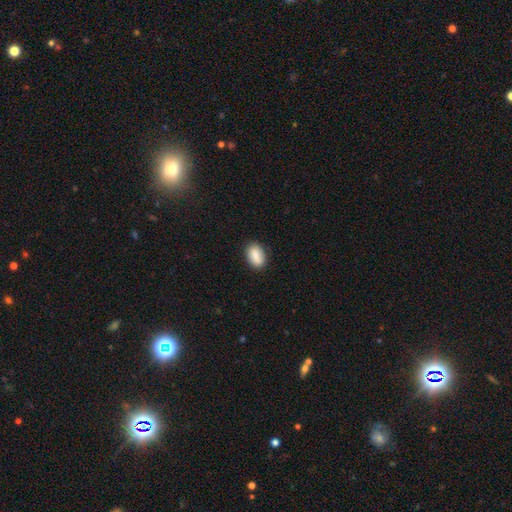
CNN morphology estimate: The model was most divided on "merging": none: 85%, minor disturbance: 11%, major disturbance: 2%, merger: 1%. More confident: how rounded — in between (87%); smooth or featured — smooth (84%).